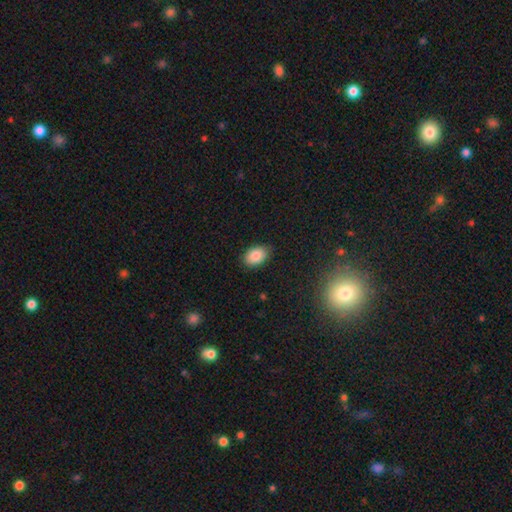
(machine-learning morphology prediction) Smooth or featured? Predicted: smooth (p=0.86). How rounded? Predicted: in between (p=0.86). Merging? Predicted: none (p=0.85).